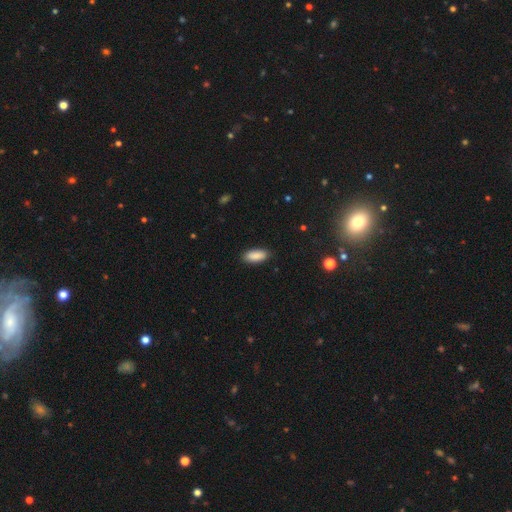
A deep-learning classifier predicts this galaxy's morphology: smooth_or_featured: smooth (p=0.89) [alt: star or artifact p=0.07]
how_rounded: in between (p=0.81) [alt: cigar-shaped p=0.17]
merging: none (p=0.87) [alt: minor disturbance p=0.10]